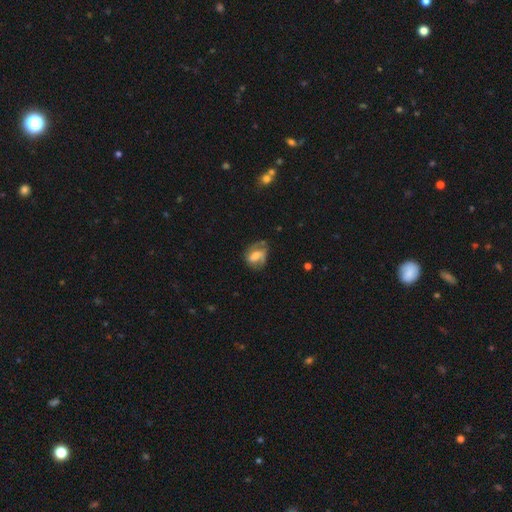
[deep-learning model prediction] smooth_or_featured: featured or disk (p=0.53) [alt: smooth p=0.38]
disk_edge_on: no (p=0.96) [alt: yes p=0.04]
bar: weak (p=0.43) [alt: no p=0.33]
has_spiral_arms: yes (p=0.73) [alt: no p=0.27]
bulge_size: moderate (p=0.45) [alt: small p=0.30]
merging: none (p=0.49) [alt: minor disturbance p=0.28]